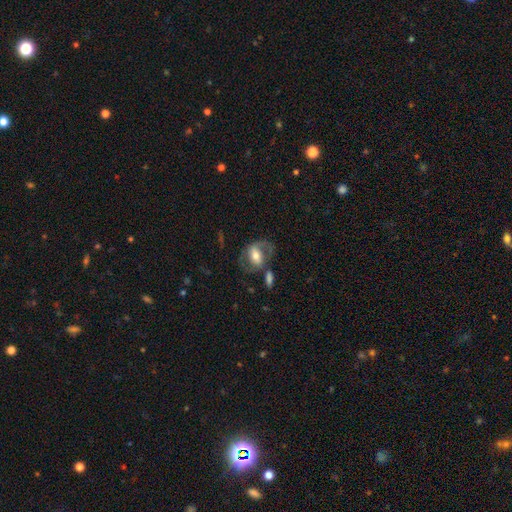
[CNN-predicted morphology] type=featured or disk (59%); edge-on=no (94%); bar=weak (35%); spiral arms=yes (67%); bulge=moderate (64%); merging=none (48%).